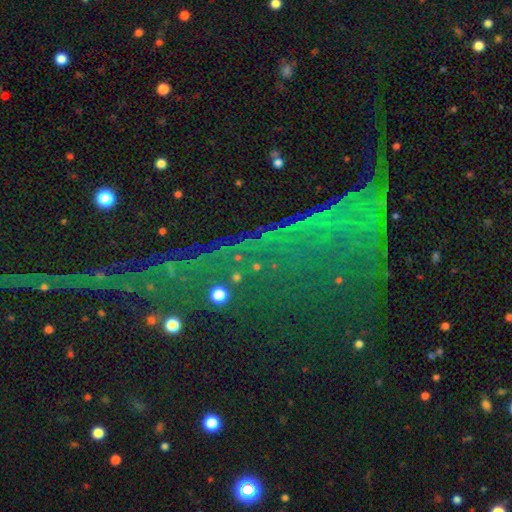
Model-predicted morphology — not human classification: This is likely a star or artifact rather than a galaxy (74%).